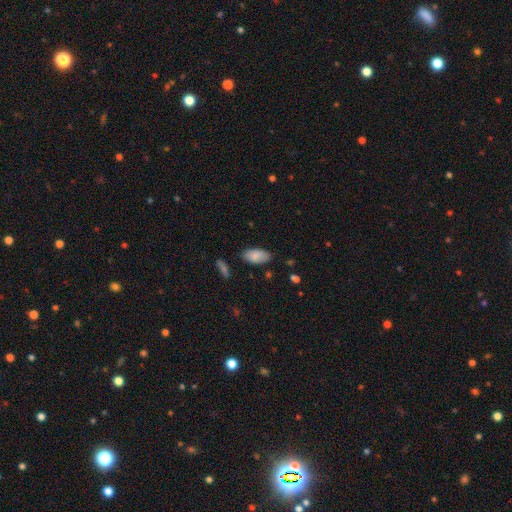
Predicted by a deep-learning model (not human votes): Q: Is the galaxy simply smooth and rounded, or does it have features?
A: smooth — 84%.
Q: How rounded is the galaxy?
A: in between — 94%.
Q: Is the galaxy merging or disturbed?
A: none — 81%.